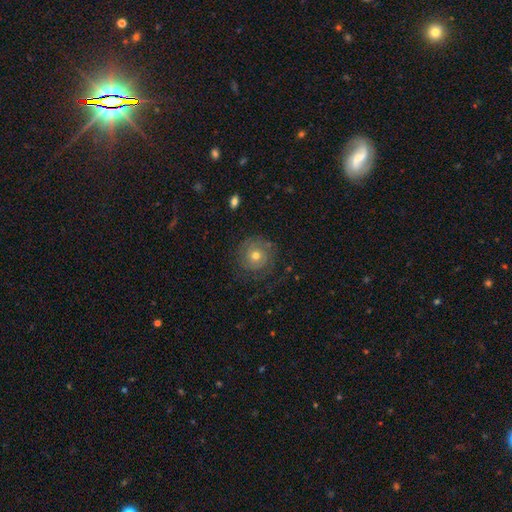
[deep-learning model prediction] This is possibly a featured or disk galaxy (56%). It is clearly not viewed edge-on (97%). Bar: clearly no (85%). Spiral arm pattern: likely yes (78%). Central bulge: likely moderate (68%). Merging: likely none (75%).